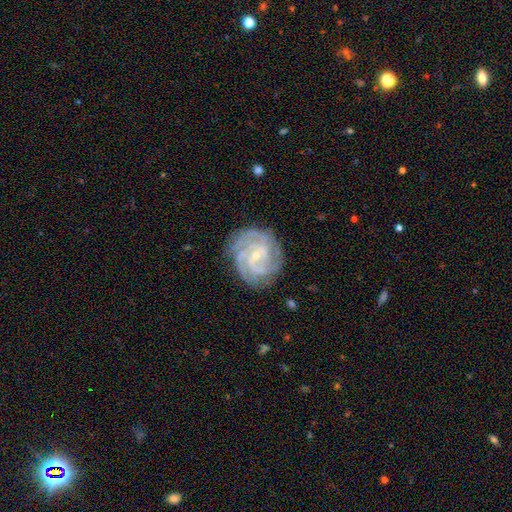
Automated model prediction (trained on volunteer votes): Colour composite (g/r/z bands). It shows a featured or disk galaxy (89%) with a weak bar (44%), 3 (31%) tight (70%) spiral arms (98%) and a small central bulge (80%). Merging: none (80%).